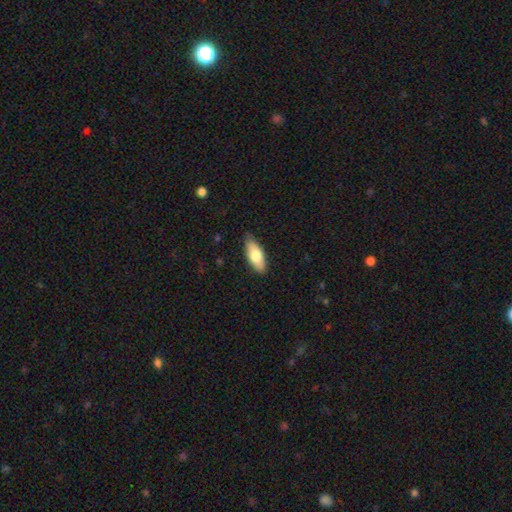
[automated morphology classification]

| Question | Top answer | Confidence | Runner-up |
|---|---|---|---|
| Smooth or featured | smooth | 73% | featured or disk (21%) |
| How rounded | in between | 77% | cigar-shaped (21%) |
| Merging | none | 84% | minor disturbance (13%) |